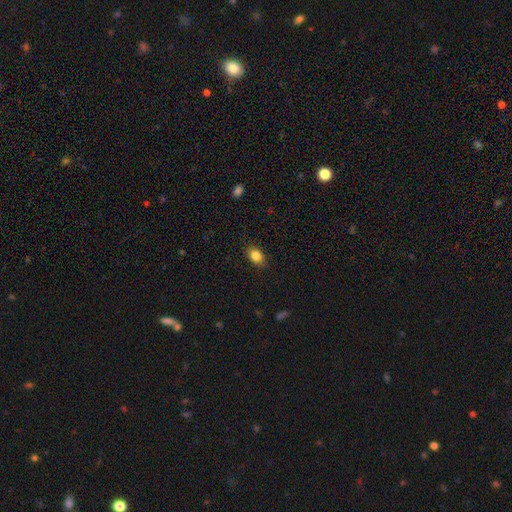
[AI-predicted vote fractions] A smooth galaxy with no disk features (85%) that is in between round and cigar-shaped (76%). Merging: none (87%).